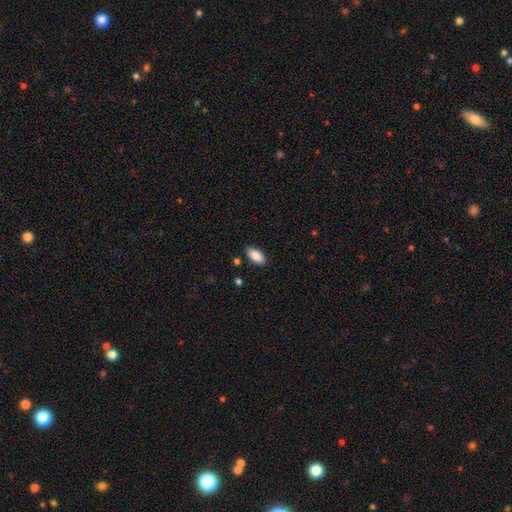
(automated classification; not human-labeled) This appears to be a smooth galaxy with no disk features (85%) that is in between round and cigar-shaped (91%). Merging: none (87%).